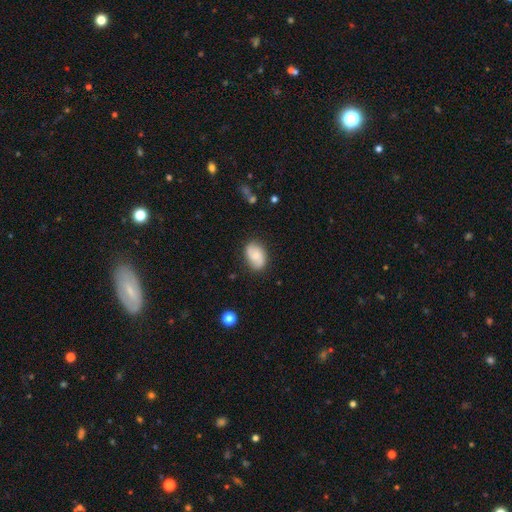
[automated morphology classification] Smooth or featured? smooth (57%)
How rounded? in between (84%)
Merging? none (76%)